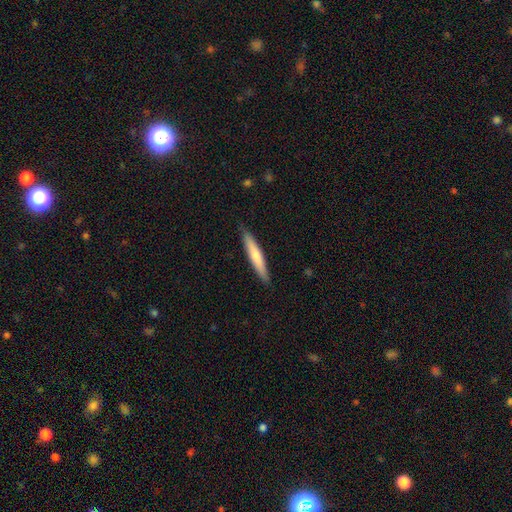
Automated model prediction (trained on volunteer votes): Smooth or featured?
  - smooth: 61% *
  - featured or disk: 34%
  - star or artifact: 5%
How rounded?
  - cigar-shaped: 92% *
  - in between: 6%
  - round: 1%
Merging?
  - none: 89% *
  - minor disturbance: 9%
  - major disturbance: 2%
  - merger: 1%